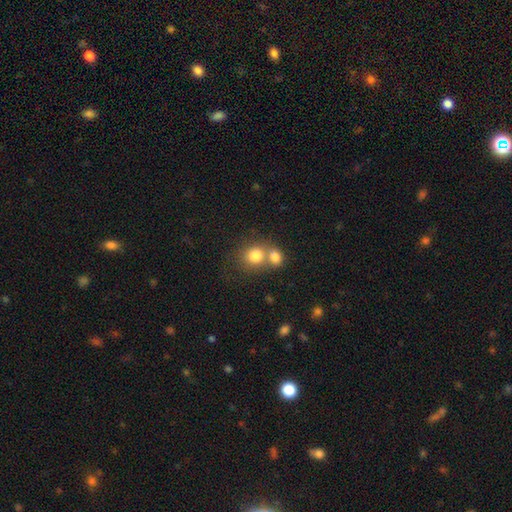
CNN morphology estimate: Overall: smooth (79%). How rounded: round (75%). Merging: merger (52%; none 37%).